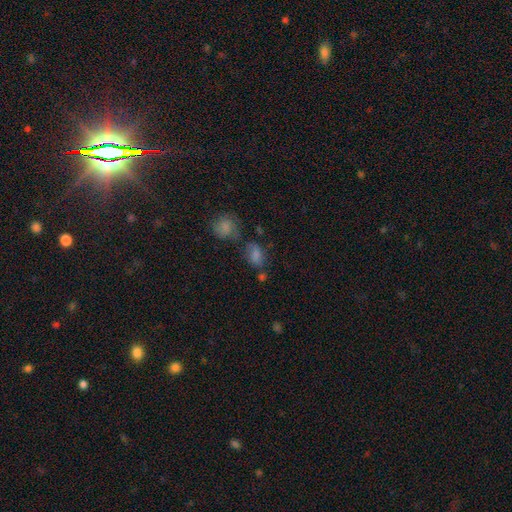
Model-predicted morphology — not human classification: smooth-or-featured: smooth: 69% | star or artifact: 17% | featured or disk: 14%
  how-rounded: in between: 75% | round: 22% | cigar-shaped: 3%
  merging: none: 50% | minor disturbance: 21% | merger: 18% | major disturbance: 10%